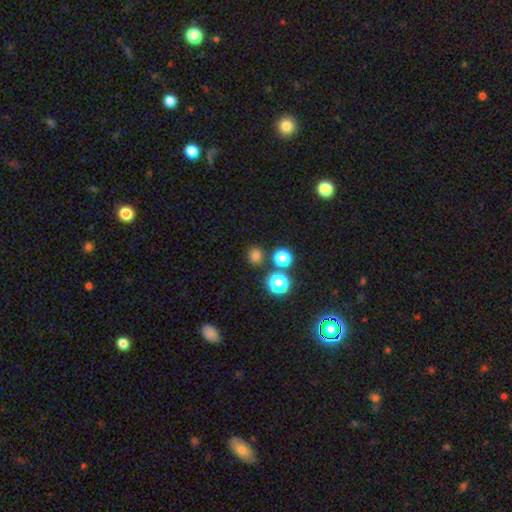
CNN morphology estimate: This appears to be a smooth galaxy with no disk features (75%) that is round (85%). Merging: none (81%).